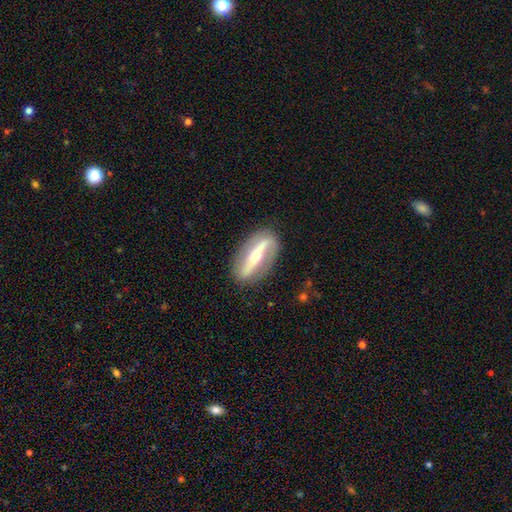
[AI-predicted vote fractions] Smooth or featured? featured or disk (81%)
Edge-on disk? no (67%)
Bar? strong (79%)
Spiral arms? yes (64%)
Bulge size? moderate (53%)
Merging? none (84%)